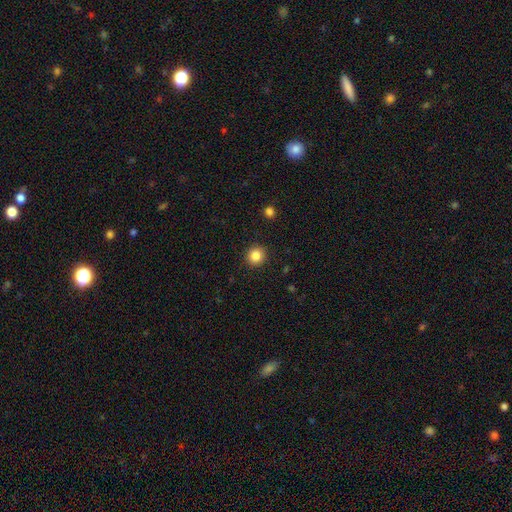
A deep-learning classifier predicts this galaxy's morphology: Smooth or featured?
  - smooth: 85% *
  - star or artifact: 10%
  - featured or disk: 4%
How rounded?
  - round: 90% *
  - in between: 9%
  - cigar-shaped: 1%
Merging?
  - none: 92% *
  - minor disturbance: 5%
  - major disturbance: 2%
  - merger: 1%